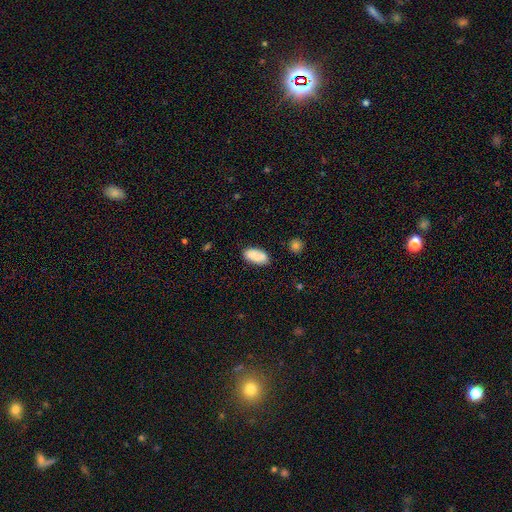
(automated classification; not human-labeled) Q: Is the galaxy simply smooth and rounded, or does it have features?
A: smooth — 86%.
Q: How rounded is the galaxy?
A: in between — 92%.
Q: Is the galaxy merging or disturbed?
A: none — 80%.